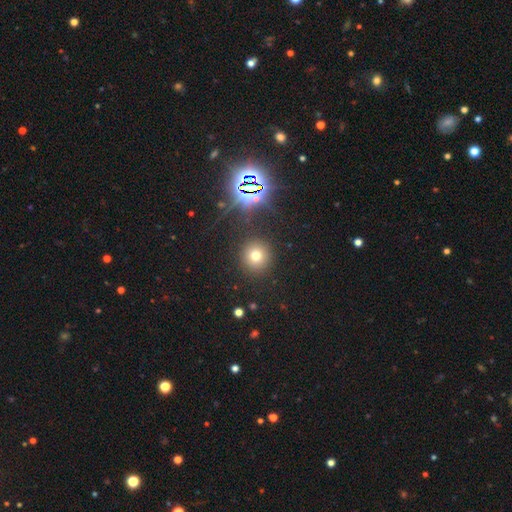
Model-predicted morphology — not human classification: The model was most divided on "smooth or featured": smooth: 68%, star or artifact: 23%, featured or disk: 9%. More confident: how rounded — round (93%); merging — none (89%).